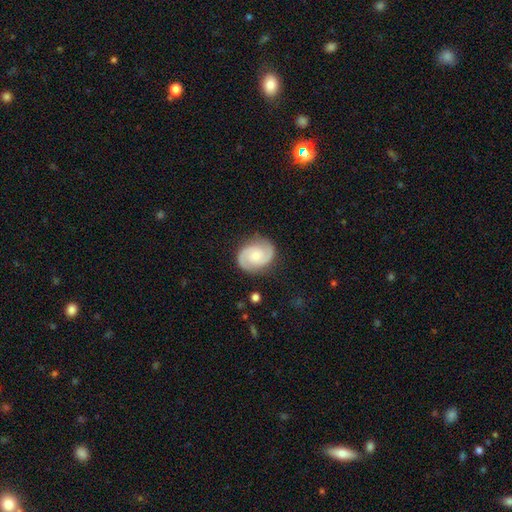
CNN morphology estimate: Smooth or featured? Predicted: featured or disk (p=0.84). Edge-on disk? Predicted: no (p=0.98). Bar? Predicted: no (p=0.66). Spiral arms? Predicted: yes (p=0.97). Spiral winding? Predicted: medium (p=0.48). Spiral arm count? Predicted: 2 (p=0.92). Bulge size? Predicted: small (p=0.48). Merging? Predicted: none (p=0.84).